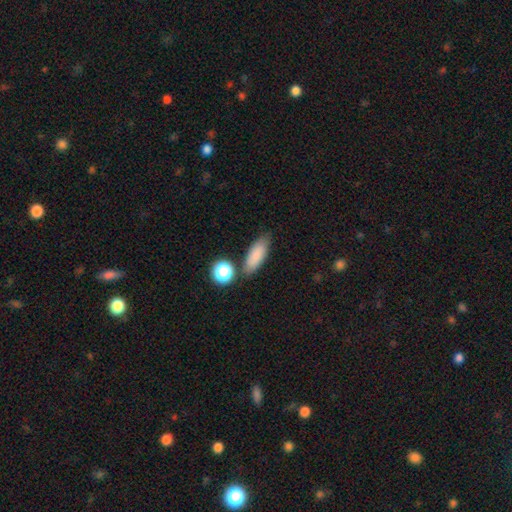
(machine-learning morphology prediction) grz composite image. It shows a smooth galaxy with no disk features (83%) that is in between round and cigar-shaped (69%). Merging: none (75%).